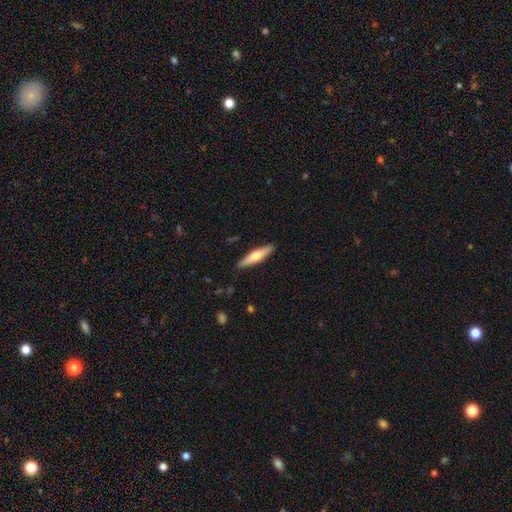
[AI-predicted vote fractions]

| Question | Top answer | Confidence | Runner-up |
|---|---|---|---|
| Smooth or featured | smooth | 54% | featured or disk (41%) |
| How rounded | cigar-shaped | 81% | in between (18%) |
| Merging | none | 90% | minor disturbance (7%) |